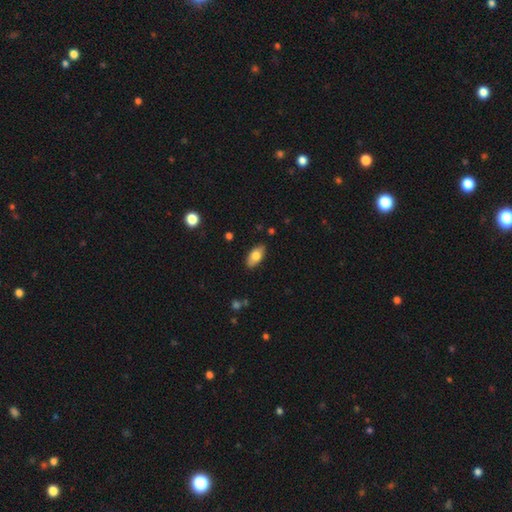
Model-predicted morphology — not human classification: Smooth or featured? smooth (76%)
How rounded? in between (90%)
Merging? none (86%)